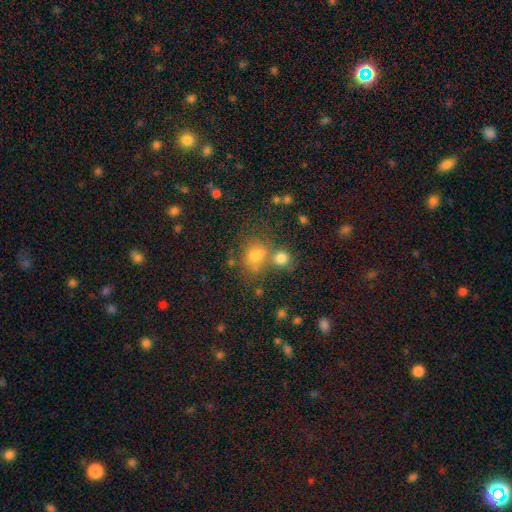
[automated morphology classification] Smooth or featured?
  - smooth: 71% *
  - star or artifact: 18%
  - featured or disk: 11%
How rounded?
  - round: 69% *
  - in between: 30%
  - cigar-shaped: 1%
Merging?
  - none: 50% *
  - merger: 34%
  - minor disturbance: 11%
  - major disturbance: 5%